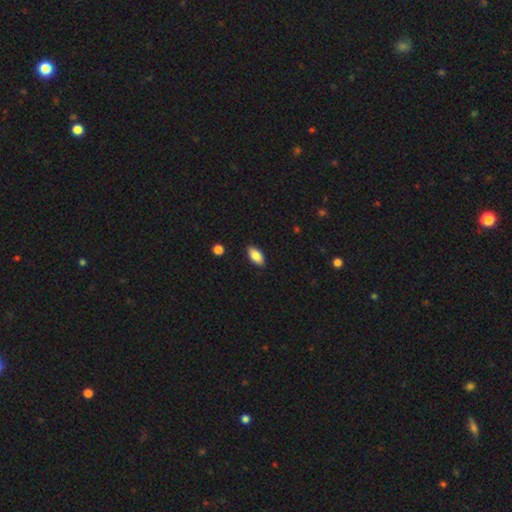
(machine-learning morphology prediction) Smooth or featured?
  - smooth: 85% *
  - featured or disk: 8%
  - star or artifact: 7%
How rounded?
  - in between: 89% *
  - cigar-shaped: 9%
  - round: 2%
Merging?
  - none: 88% *
  - minor disturbance: 9%
  - major disturbance: 2%
  - merger: 1%